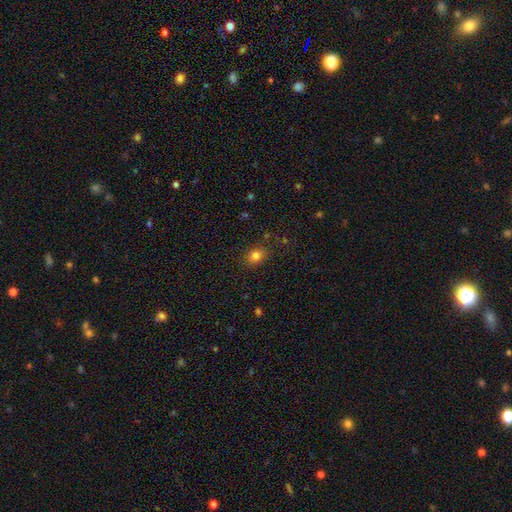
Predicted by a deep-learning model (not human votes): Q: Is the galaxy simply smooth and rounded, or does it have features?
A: smooth — 80%.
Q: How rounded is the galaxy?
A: in between — 51%.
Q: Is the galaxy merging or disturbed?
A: none — 83%.